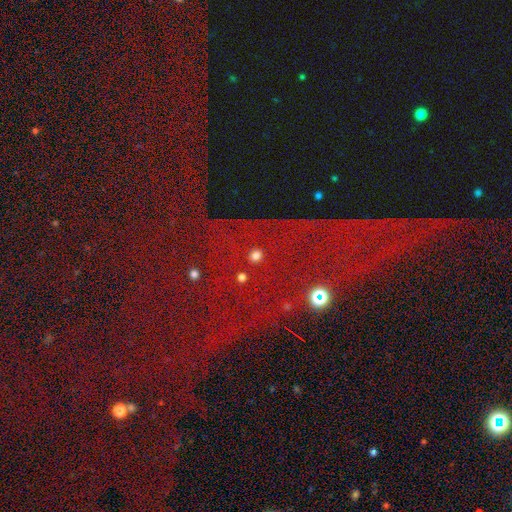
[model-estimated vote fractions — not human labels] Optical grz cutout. It shows a smooth galaxy with no disk features (58%) that is round (87%). Merging: none (80%).